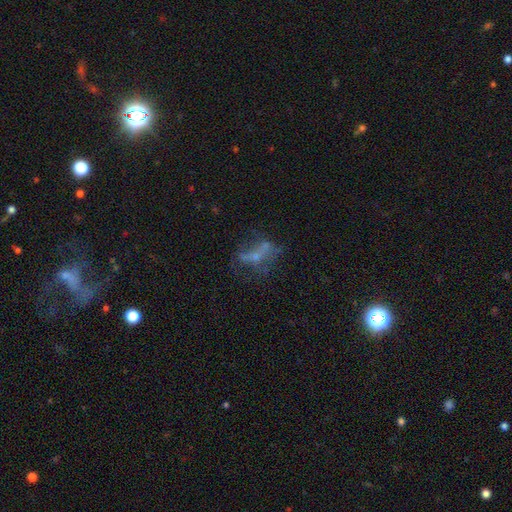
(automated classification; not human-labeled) Smooth or featured?
  - featured or disk: 50% *
  - smooth: 30%
  - star or artifact: 20%
Edge-on disk?
  - no: 88% *
  - yes: 12%
Merging?
  - none: 41% *
  - major disturbance: 31%
  - minor disturbance: 18%
  - merger: 10%